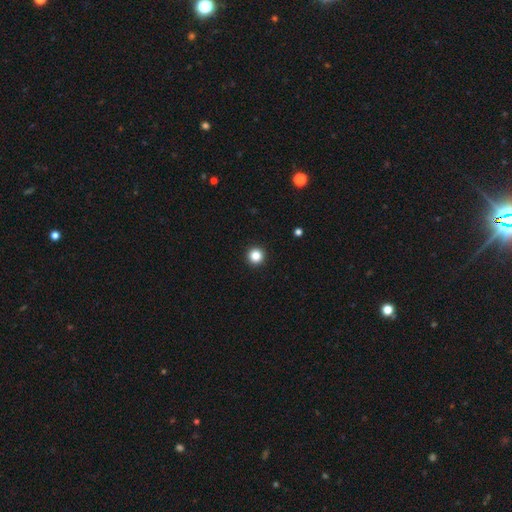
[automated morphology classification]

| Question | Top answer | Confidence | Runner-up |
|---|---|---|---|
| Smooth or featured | smooth | 85% | star or artifact (11%) |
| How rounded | round | 96% | in between (3%) |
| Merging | none | 94% | minor disturbance (4%) |